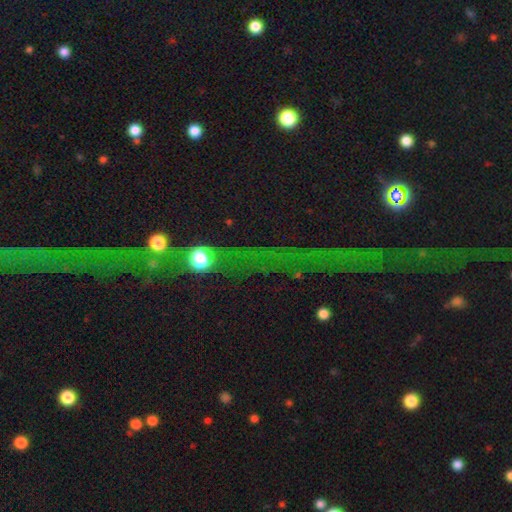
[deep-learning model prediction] A star or artifact, not a galaxy (77%).